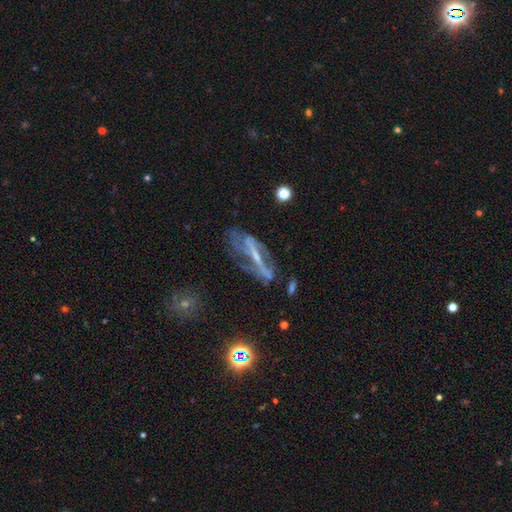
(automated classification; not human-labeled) smooth-or-featured: featured or disk: 67% | smooth: 17% | star or artifact: 15%
  disk-edge-on: no: 62% | yes: 38%
  merging: none: 47% | major disturbance: 25% | minor disturbance: 22% | merger: 6%